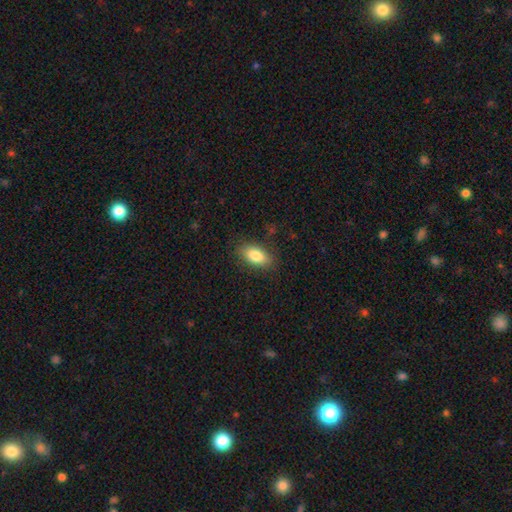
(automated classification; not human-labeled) smooth-or-featured: smooth: 83% | featured or disk: 10% | star or artifact: 7%
  how-rounded: in between: 89% | cigar-shaped: 6% | round: 5%
  merging: none: 84% | minor disturbance: 11% | major disturbance: 3% | merger: 1%